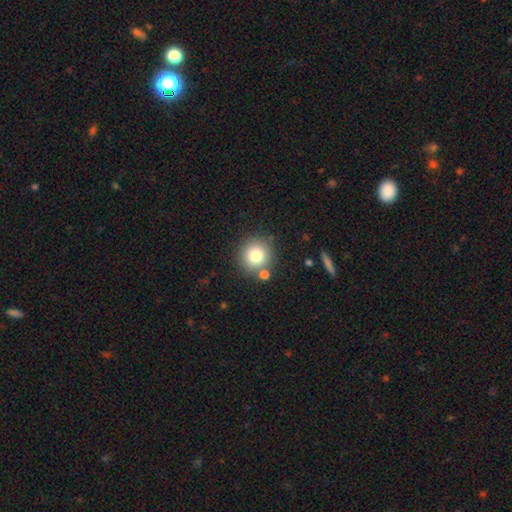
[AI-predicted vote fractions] A smooth galaxy with no disk features (79%) that is round (91%).

Vote fractions:
- Smooth or featured? smooth: 79% / star or artifact: 11% / featured or disk: 10%
- How rounded? round: 91% / in between: 8% / cigar-shaped: 1%
- Merging? none: 78% / merger: 10% / minor disturbance: 9% / major disturbance: 3%